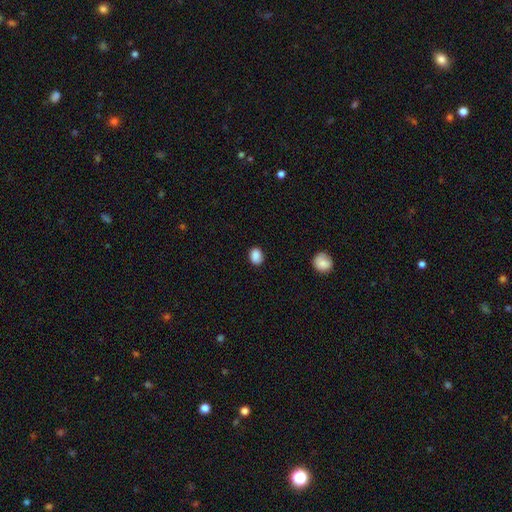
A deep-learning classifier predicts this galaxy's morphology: Smooth or featured? Predicted: smooth (p=0.88). How rounded? Predicted: in between (p=0.57). Merging? Predicted: none (p=0.84).